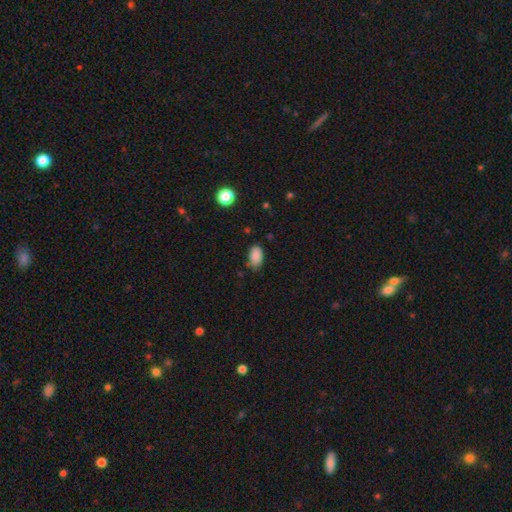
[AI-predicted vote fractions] smooth 87%, star or artifact 9%, featured or disk 4%. Down the decision tree: how rounded — in between (91%); merging — none (70%).